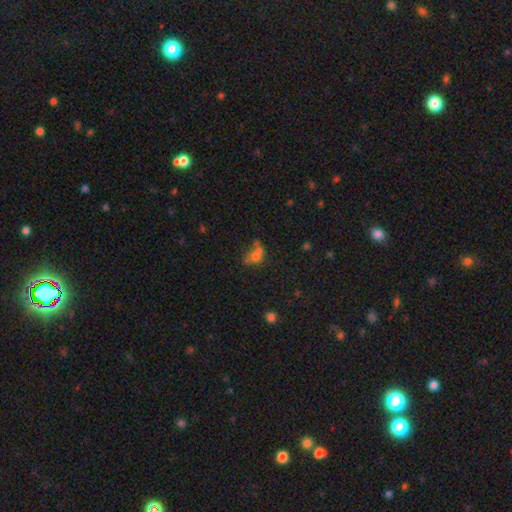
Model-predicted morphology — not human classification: Overall: smooth (60%; featured or disk 21%). How rounded: in between (56%; round 42%). Merging: none (31%; merger 29%).